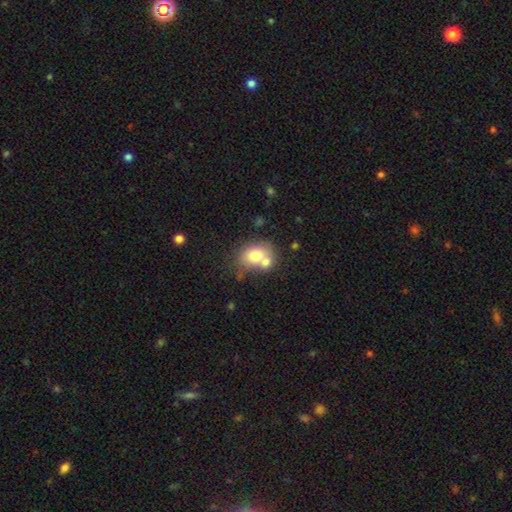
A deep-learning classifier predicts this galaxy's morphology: The model was most divided on "merging": merger: 45%, none: 39%, minor disturbance: 12%, major disturbance: 5%. More confident: smooth or featured — smooth (73%); how rounded — in between (56%).